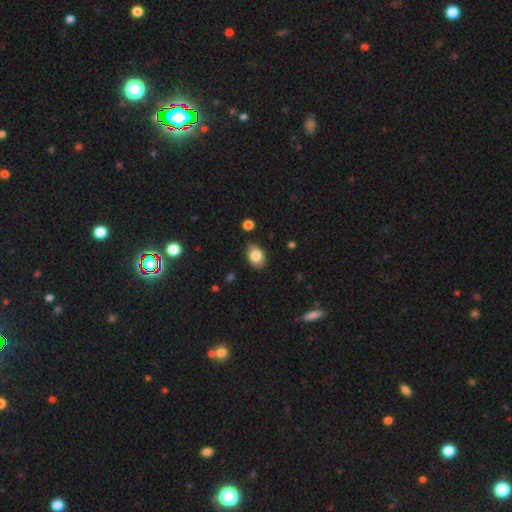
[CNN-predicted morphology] This is clearly a smooth galaxy (83%). How rounded: likely in between (79%). Merging: clearly none (85%).